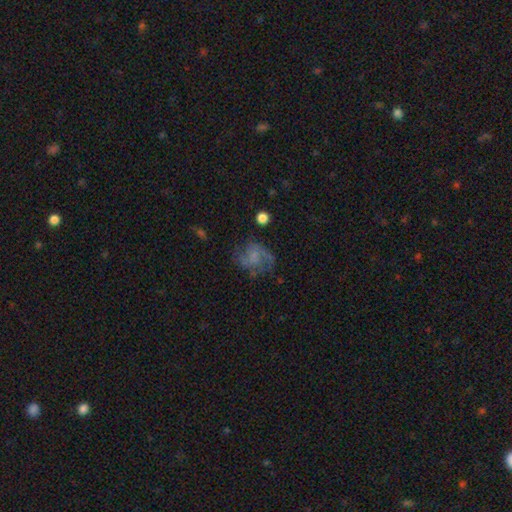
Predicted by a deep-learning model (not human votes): A featured or disk galaxy (63%) with no bar (71%), 2 (58%) medium (47%) spiral arms (84%) and no central bulge (46%). Merging: none (57%).